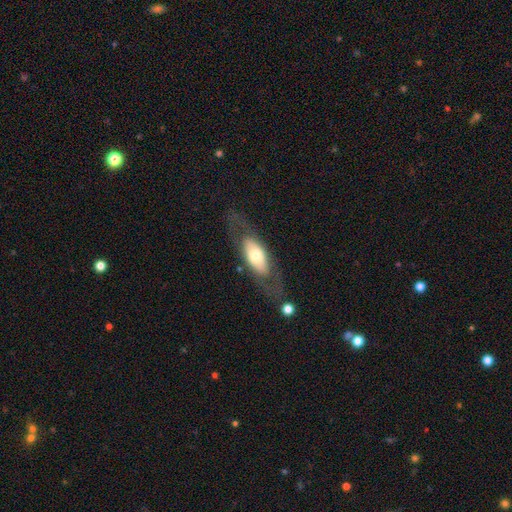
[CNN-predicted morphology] A smooth galaxy with no disk features (48%). Merging: none (67%).